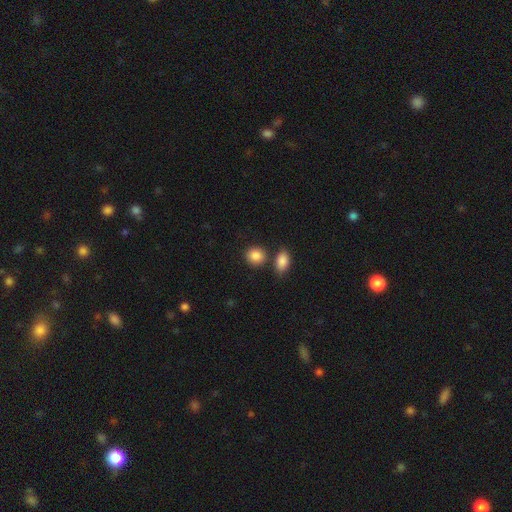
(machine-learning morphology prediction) A smooth galaxy with no disk features (88%) that is round (70%).

Vote fractions:
- Smooth or featured? smooth: 88% / star or artifact: 8% / featured or disk: 5%
- How rounded? round: 70% / in between: 29% / cigar-shaped: 1%
- Merging? none: 72% / merger: 14% / minor disturbance: 11% / major disturbance: 3%